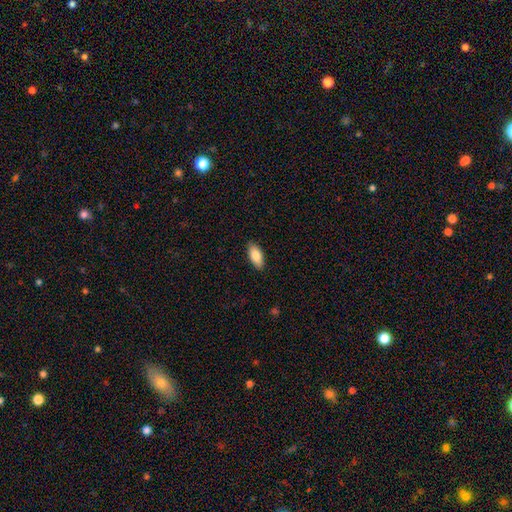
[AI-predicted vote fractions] Smooth or featured?
  - smooth: 84% *
  - featured or disk: 10%
  - star or artifact: 6%
How rounded?
  - in between: 88% *
  - cigar-shaped: 10%
  - round: 2%
Merging?
  - none: 89% *
  - minor disturbance: 9%
  - major disturbance: 2%
  - merger: 1%